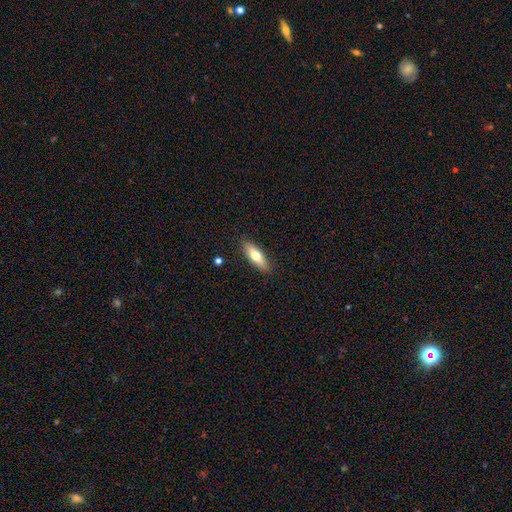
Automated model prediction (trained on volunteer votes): This appears to be a smooth galaxy with no disk features (68%) that is in between round and cigar-shaped (51%). Merging: none (88%).